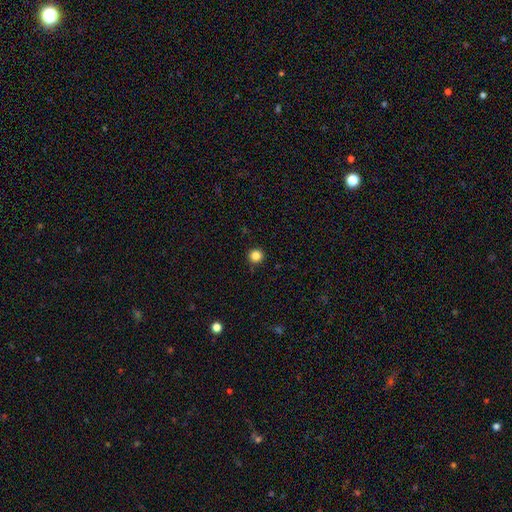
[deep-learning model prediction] A smooth galaxy with no disk features (85%) that is round (96%). Merging: none (92%).